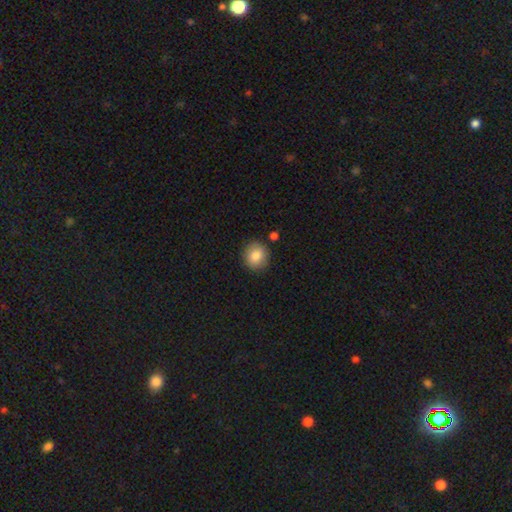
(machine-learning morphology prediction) smooth_or_featured: smooth (p=0.85) [alt: star or artifact p=0.08]
how_rounded: round (p=0.83) [alt: in between p=0.16]
merging: none (p=0.86) [alt: minor disturbance p=0.09]